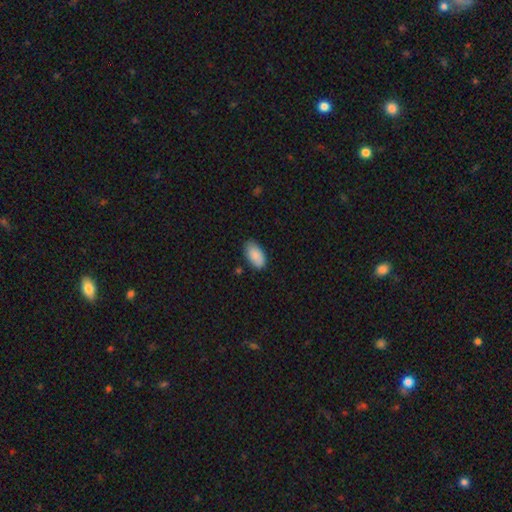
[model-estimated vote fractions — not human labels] Morphology: type=smooth (87%); roundness=in between (95%); merging=none (78%).